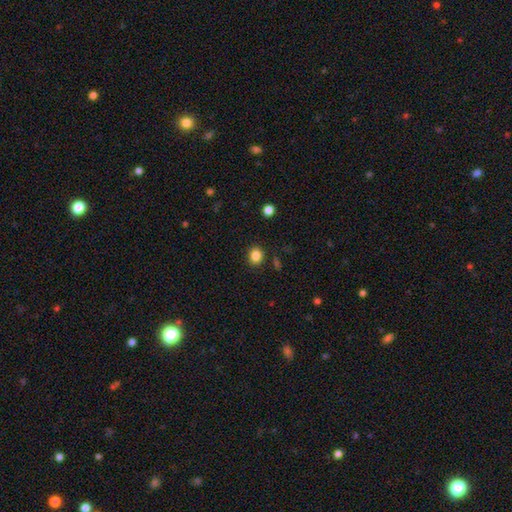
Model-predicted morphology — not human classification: smooth 85%, star or artifact 11%, featured or disk 4%. Down the decision tree: how rounded — round (71%); merging — none (88%).